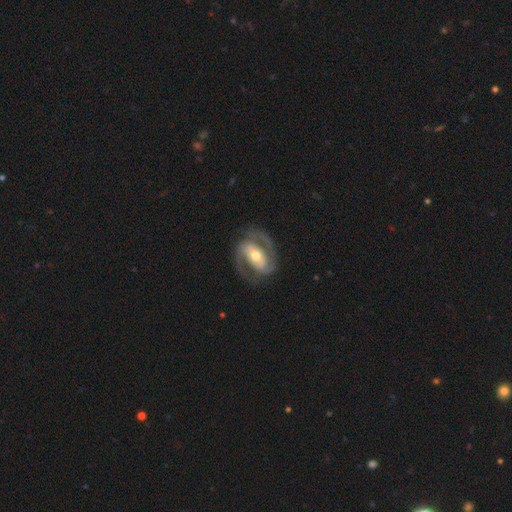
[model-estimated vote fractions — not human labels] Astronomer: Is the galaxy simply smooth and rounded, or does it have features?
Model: featured or disk — 86%.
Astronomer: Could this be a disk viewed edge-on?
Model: no — 97%.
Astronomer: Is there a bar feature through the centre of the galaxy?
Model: strong — 39% (runner-up: weak, 34%).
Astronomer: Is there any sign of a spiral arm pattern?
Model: yes — 92%.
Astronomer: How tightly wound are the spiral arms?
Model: medium — 51% (runner-up: tight, 34%).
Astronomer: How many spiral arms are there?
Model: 2 — 90%.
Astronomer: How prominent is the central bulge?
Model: moderate — 71%.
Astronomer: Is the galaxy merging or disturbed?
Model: none — 77%.